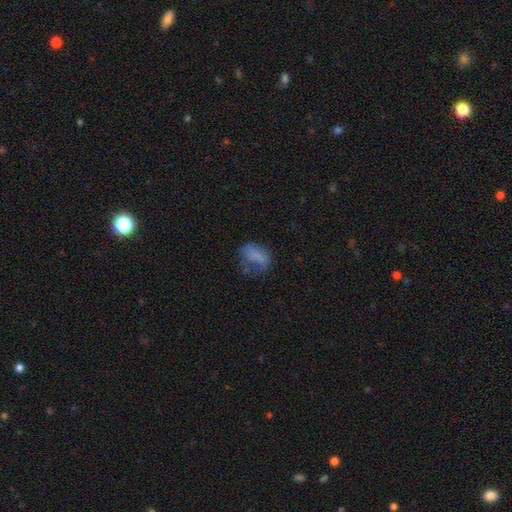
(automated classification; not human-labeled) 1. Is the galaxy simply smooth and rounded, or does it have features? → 66% smooth, 22% featured or disk, 12% star or artifact.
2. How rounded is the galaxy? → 78% in between, 18% round, 3% cigar-shaped.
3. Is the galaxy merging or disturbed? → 37% none, 30% major disturbance, 28% minor disturbance, 6% merger.